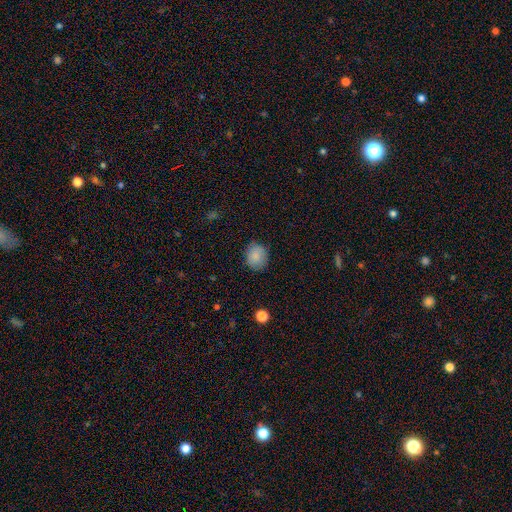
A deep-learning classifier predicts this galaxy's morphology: The model was most divided on "how rounded": round: 69%, in between: 30%, cigar-shaped: 1%. More confident: smooth or featured — smooth (86%); merging — none (79%).